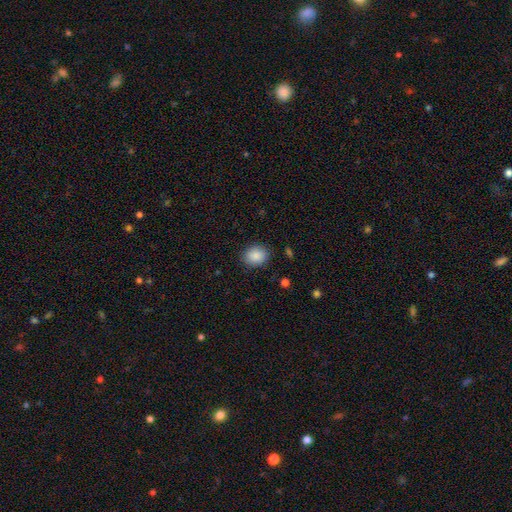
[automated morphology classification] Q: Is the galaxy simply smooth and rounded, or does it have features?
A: smooth — 88%.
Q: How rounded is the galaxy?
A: round — 51%.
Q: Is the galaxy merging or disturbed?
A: none — 87%.